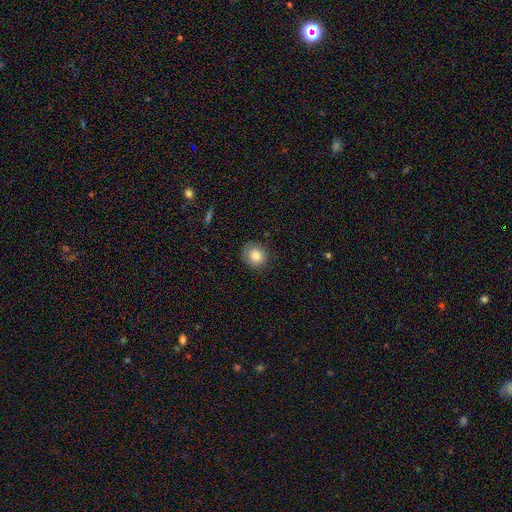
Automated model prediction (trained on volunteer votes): A smooth galaxy with no disk features (83%) that is round (83%).

Vote fractions:
- Smooth or featured? smooth: 83% / star or artifact: 9% / featured or disk: 8%
- How rounded? round: 83% / in between: 16% / cigar-shaped: 1%
- Merging? none: 84% / minor disturbance: 12% / major disturbance: 3% / merger: 1%